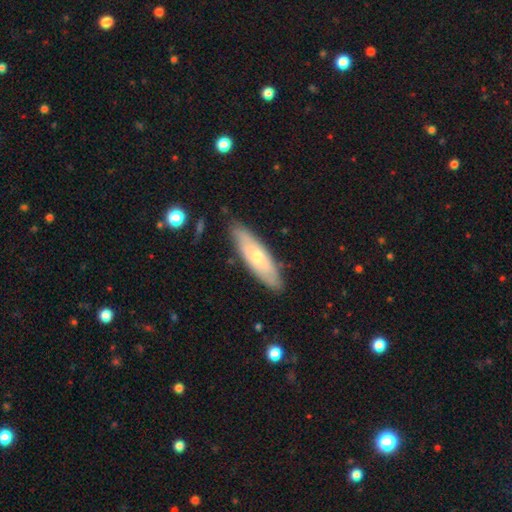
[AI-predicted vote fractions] Smooth or featured? featured or disk (49%)
Merging? none (83%)